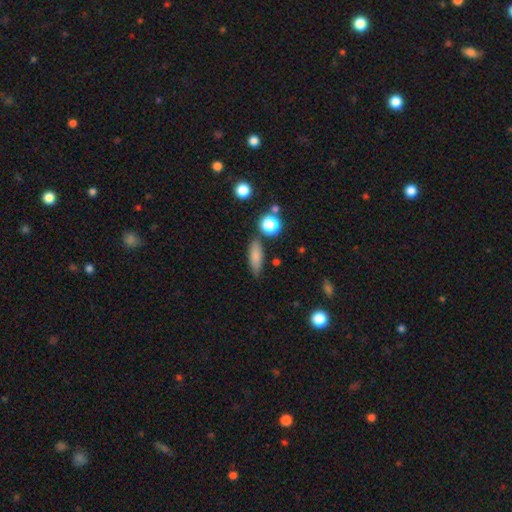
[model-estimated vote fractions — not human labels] Smooth or featured?
  - smooth: 81% *
  - star or artifact: 10%
  - featured or disk: 9%
How rounded?
  - in between: 56% *
  - cigar-shaped: 39%
  - round: 5%
Merging?
  - none: 79% *
  - minor disturbance: 13%
  - merger: 5%
  - major disturbance: 3%